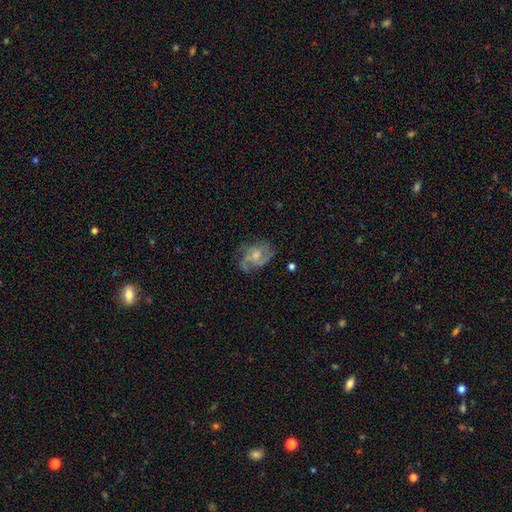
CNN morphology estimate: Smooth or featured?
  - featured or disk: 73% *
  - smooth: 19%
  - star or artifact: 8%
Edge-on disk?
  - no: 97% *
  - yes: 3%
Bar?
  - no: 72% *
  - weak: 25%
  - strong: 3%
Spiral arms?
  - yes: 86% *
  - no: 14%
Spiral winding?
  - medium: 47% *
  - tight: 30%
  - loose: 23%
Spiral arm count?
  - 3: 34% *
  - can't tell: 24%
  - 2: 19%
  - 4: 12%
  - 1: 5%
  - more than 4: 5%
Bulge size?
  - moderate: 51% *
  - small: 30%
  - none: 10%
  - large: 8%
  - dominant: 1%
Merging?
  - none: 58% *
  - minor disturbance: 22%
  - major disturbance: 18%
  - merger: 2%